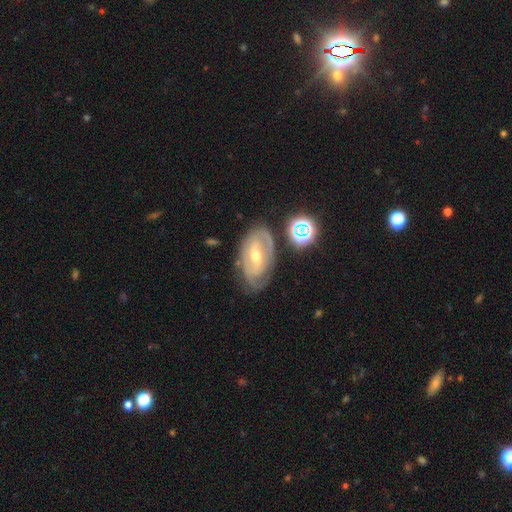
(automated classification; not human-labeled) This is likely a featured or disk galaxy (77%). It is clearly not viewed edge-on (94%). Bar: possibly weak (47%). Spiral arm pattern: clearly yes (83%). Spiral arm count: marginally 2 (40%). Spiral winding: likely tight (62%). Central bulge: possibly moderate (55%). Merging: likely none (66%).